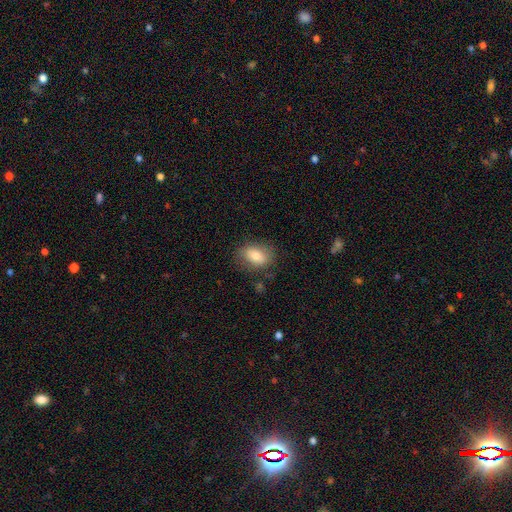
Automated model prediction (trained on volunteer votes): smooth-or-featured: smooth: 76% | featured or disk: 16% | star or artifact: 8%
  how-rounded: in between: 79% | round: 19% | cigar-shaped: 2%
  merging: none: 79% | minor disturbance: 14% | major disturbance: 5% | merger: 2%